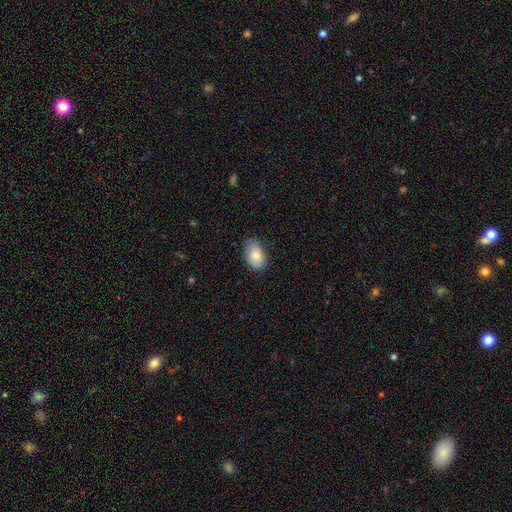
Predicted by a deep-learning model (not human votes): A smooth galaxy with no disk features (78%) that is in between round and cigar-shaped (91%). Merging: none (72%).